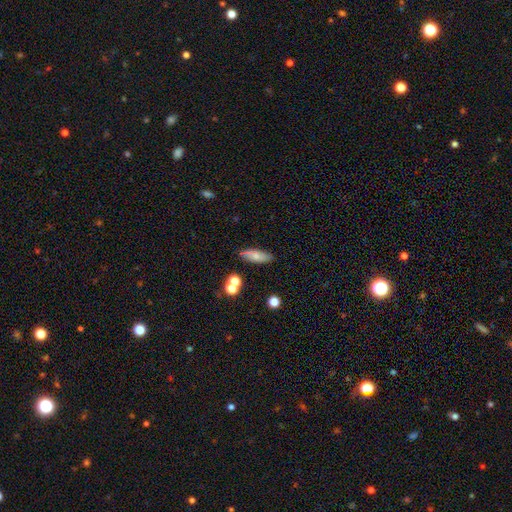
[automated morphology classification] This is likely a smooth galaxy (69%). How rounded: likely in between (61%). Merging: likely none (76%).